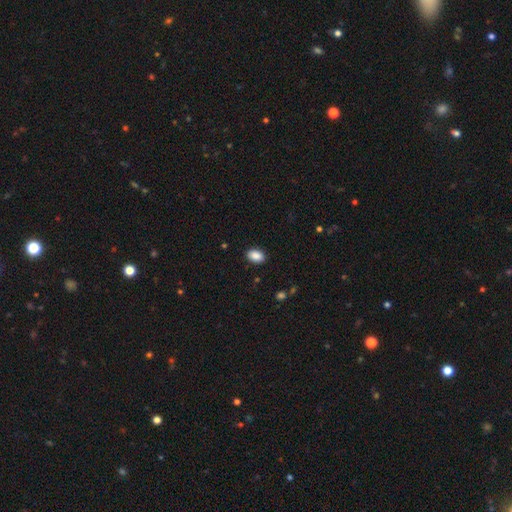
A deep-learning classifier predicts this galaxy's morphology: This is clearly a smooth galaxy (89%). How rounded: clearly in between (88%). Merging: clearly none (89%).